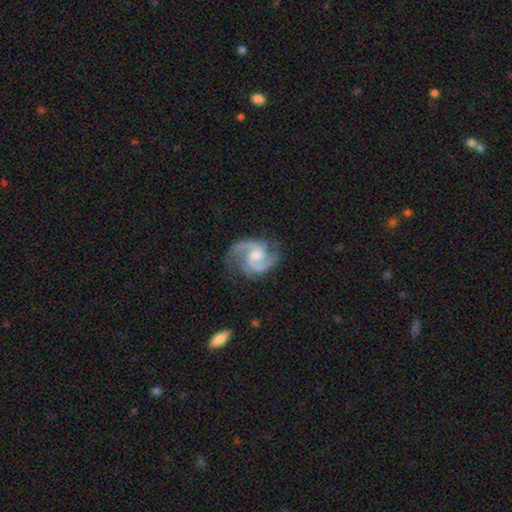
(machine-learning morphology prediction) Smooth or featured? featured or disk (93%)
Edge-on disk? no (98%)
Bar? no (50%)
Spiral arms? yes (99%)
Spiral winding? medium (62%)
Spiral arm count? 2 (75%)
Bulge size? moderate (56%)
Merging? none (74%)